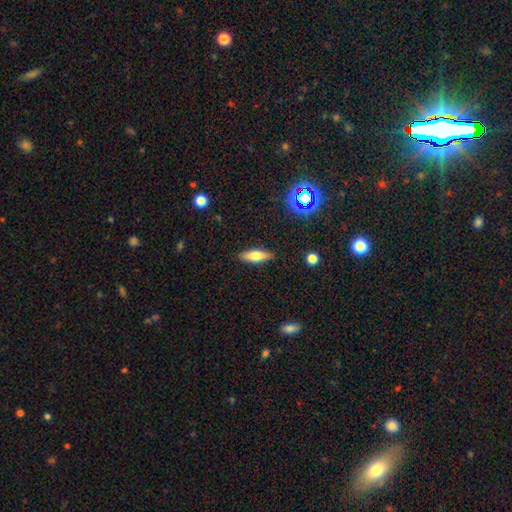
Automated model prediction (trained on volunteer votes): Smooth or featured: smooth — 65% (featured or disk — 26%)
How rounded: in between — 51% (cigar-shaped — 47%)
Merging: none — 87% (minor disturbance — 10%)